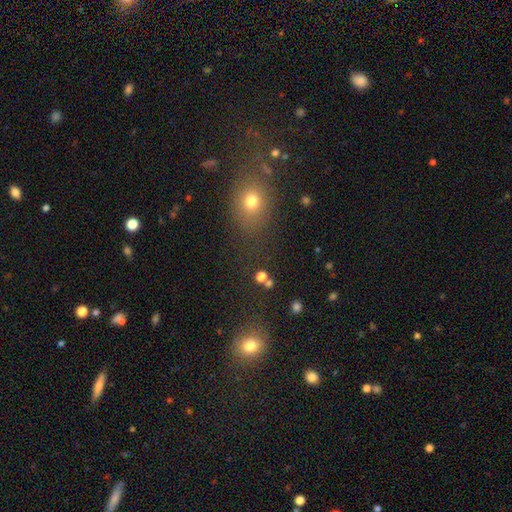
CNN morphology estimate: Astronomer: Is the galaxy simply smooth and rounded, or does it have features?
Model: smooth — 57%.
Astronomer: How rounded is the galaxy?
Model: round — 54% (runner-up: in between, 42%).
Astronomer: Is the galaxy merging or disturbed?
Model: none — 73%.